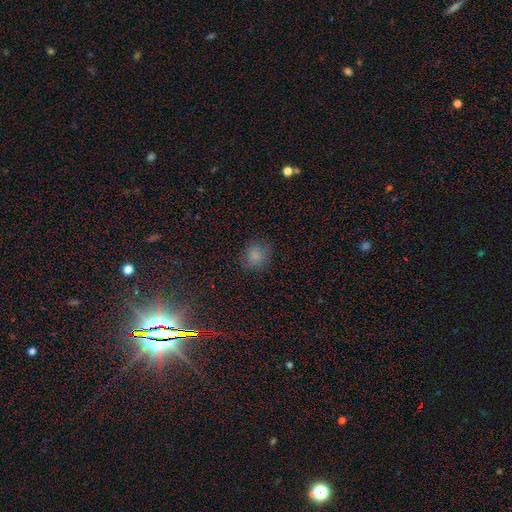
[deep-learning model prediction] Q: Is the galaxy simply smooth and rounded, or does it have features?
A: smooth — 78%.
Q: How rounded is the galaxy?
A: round — 81%.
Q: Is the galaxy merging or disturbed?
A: none — 81%.